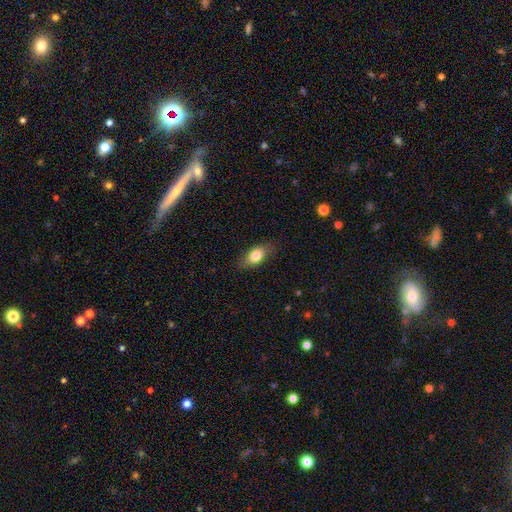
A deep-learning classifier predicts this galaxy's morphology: smooth-or-featured: smooth: 78% | featured or disk: 15% | star or artifact: 8%
  how-rounded: in between: 84% | round: 10% | cigar-shaped: 6%
  merging: none: 81% | minor disturbance: 14% | major disturbance: 3% | merger: 1%